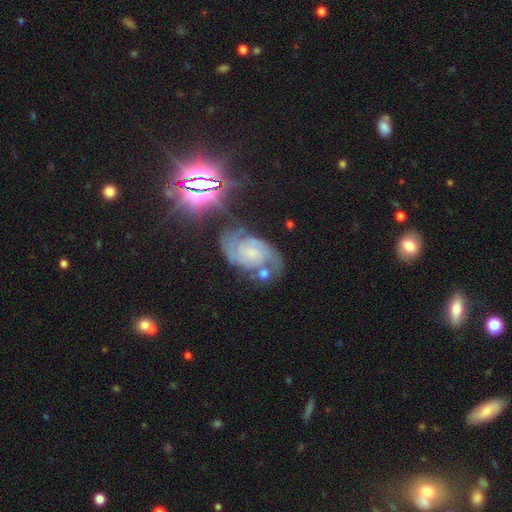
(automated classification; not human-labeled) A featured or disk galaxy (75%) with no bar (62%), 2 (59%) tight (51%) spiral arms (94%) and a small central bulge (54%).

Vote fractions:
- Smooth or featured? featured or disk: 75% / star or artifact: 13% / smooth: 13%
- Edge-on disk? no: 96% / yes: 4%
- Bar? no: 62% / weak: 32% / strong: 6%
- Spiral arms? yes: 94% / no: 6%
- Spiral winding? tight: 51% / medium: 39% / loose: 10%
- Spiral arm count? 2: 59% / can't tell: 20% / 3: 12% / 1: 4% / 4: 3% / more than 4: 3%
- Bulge size? small: 54% / none: 22% / moderate: 20% / large: 3% / dominant: 2%
- Merging? none: 58% / minor disturbance: 21% / merger: 11% / major disturbance: 11%